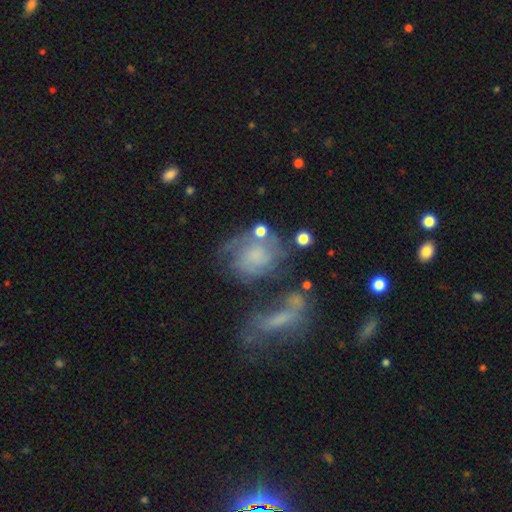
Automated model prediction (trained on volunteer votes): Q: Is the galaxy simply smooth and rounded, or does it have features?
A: featured or disk — 59%.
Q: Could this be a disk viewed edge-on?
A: no — 96%.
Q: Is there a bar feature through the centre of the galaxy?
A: no — 75%.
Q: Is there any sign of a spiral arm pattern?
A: yes — 76%.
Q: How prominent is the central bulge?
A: none — 44%.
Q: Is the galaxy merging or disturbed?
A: none — 42%.